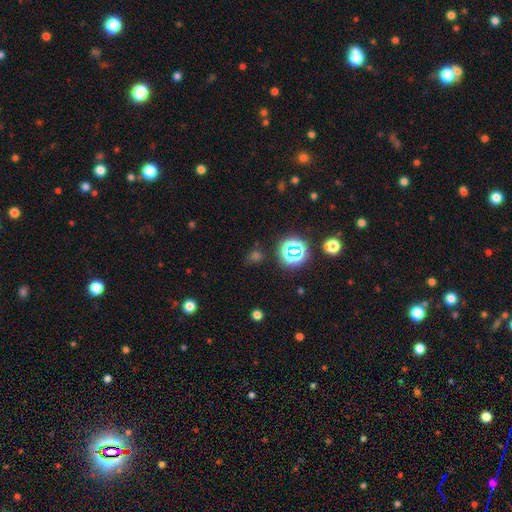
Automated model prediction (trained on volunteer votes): A star or artifact, not a galaxy (54%).

Vote fractions:
- Smooth or featured? star or artifact: 54% / smooth: 39% / featured or disk: 7%